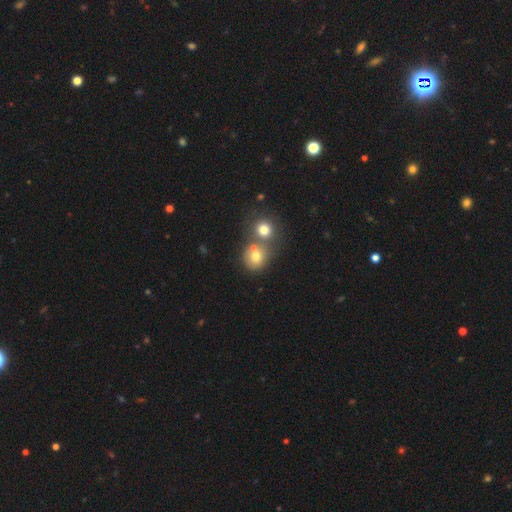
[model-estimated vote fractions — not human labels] Overall: smooth (71%). How rounded: round (81%). Merging: merger (45%; none 43%).